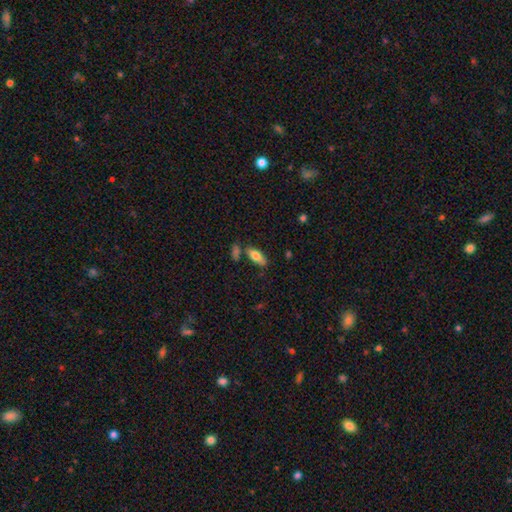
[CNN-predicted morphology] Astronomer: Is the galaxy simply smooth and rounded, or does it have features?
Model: smooth — 77%.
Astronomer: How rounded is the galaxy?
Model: in between — 82%.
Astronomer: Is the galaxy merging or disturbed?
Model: none — 74%.